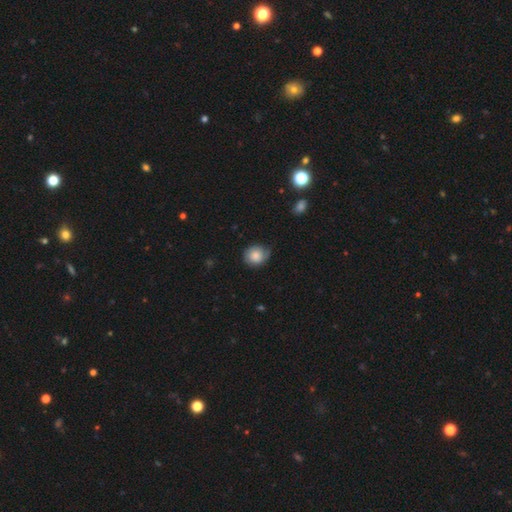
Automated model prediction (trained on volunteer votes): Smooth or featured: smooth — 70% (featured or disk — 22%)
How rounded: round — 73% (in between — 26%)
Merging: none — 62% (minor disturbance — 29%)